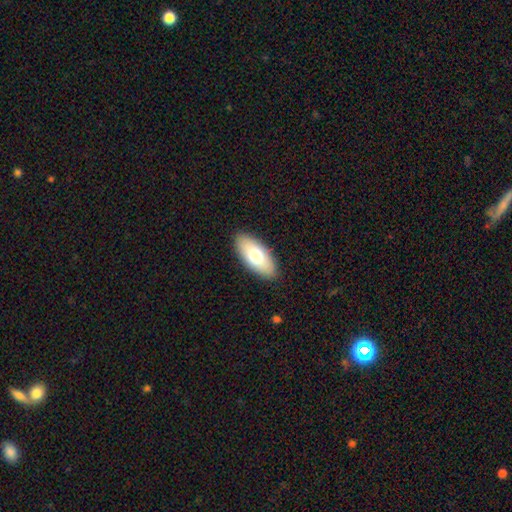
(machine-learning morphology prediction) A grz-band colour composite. It shows a smooth galaxy with no disk features (72%) that is in between round and cigar-shaped (89%). Merging: none (88%).